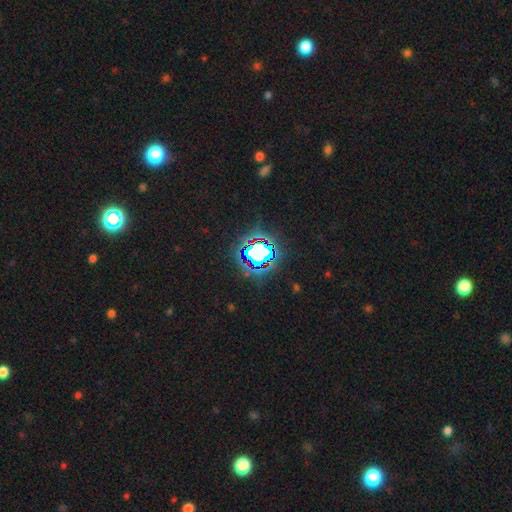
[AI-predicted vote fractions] Morphology: type=star or artifact (79%).